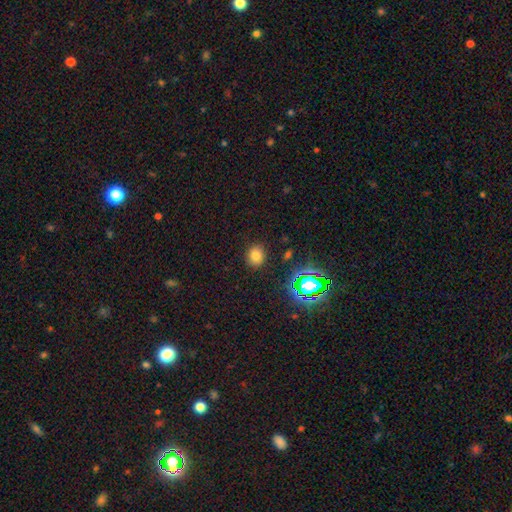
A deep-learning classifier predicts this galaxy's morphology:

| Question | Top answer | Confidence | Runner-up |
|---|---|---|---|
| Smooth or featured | smooth | 75% | star or artifact (18%) |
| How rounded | round | 66% | in between (33%) |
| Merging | none | 88% | minor disturbance (7%) |